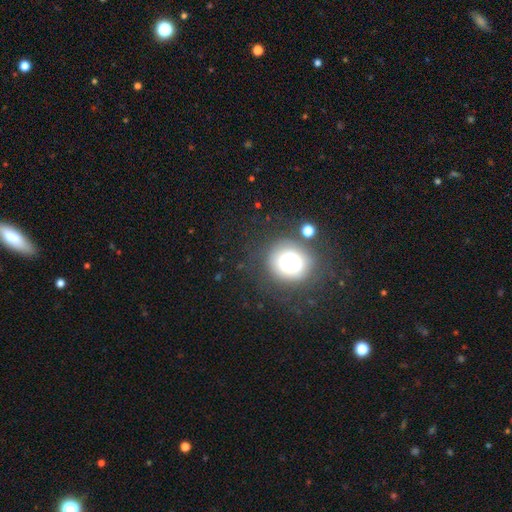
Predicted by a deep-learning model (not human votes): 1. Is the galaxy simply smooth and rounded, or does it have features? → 61% smooth, 26% star or artifact, 13% featured or disk.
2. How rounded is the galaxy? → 84% round, 14% in between, 1% cigar-shaped.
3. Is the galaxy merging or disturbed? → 82% none, 10% minor disturbance, 5% major disturbance, 3% merger.